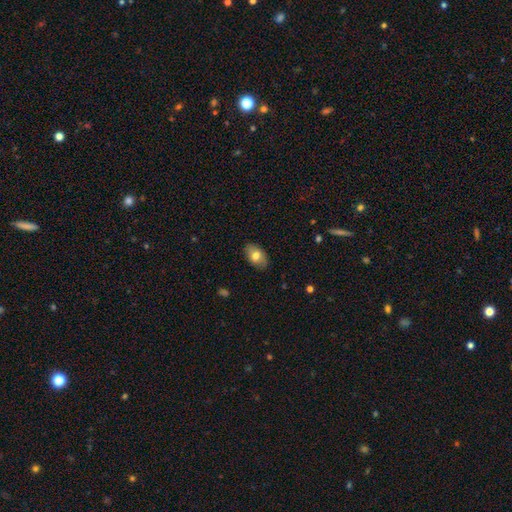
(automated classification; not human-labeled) Smooth or featured: smooth — 72% (featured or disk — 21%)
How rounded: in between — 89% (round — 9%)
Merging: none — 82% (minor disturbance — 14%)